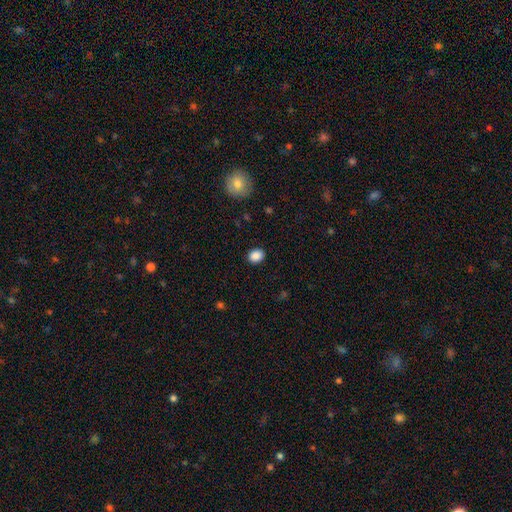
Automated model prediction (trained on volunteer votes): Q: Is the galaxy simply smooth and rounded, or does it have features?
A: smooth — 88%.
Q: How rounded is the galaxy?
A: in between — 56%.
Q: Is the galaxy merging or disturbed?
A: none — 89%.